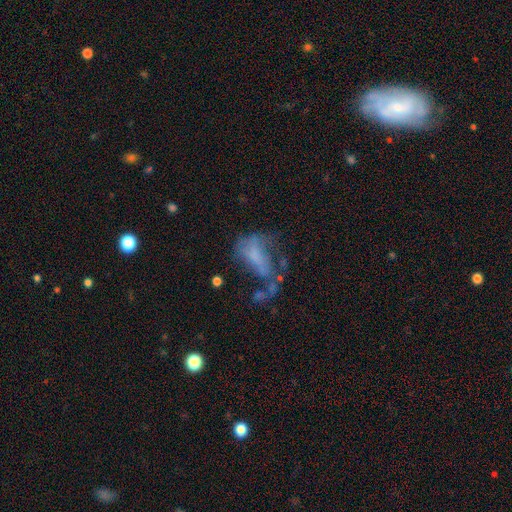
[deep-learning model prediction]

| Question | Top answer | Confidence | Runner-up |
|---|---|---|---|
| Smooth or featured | featured or disk | 45% | smooth (39%) |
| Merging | major disturbance | 50% | none (20%) |